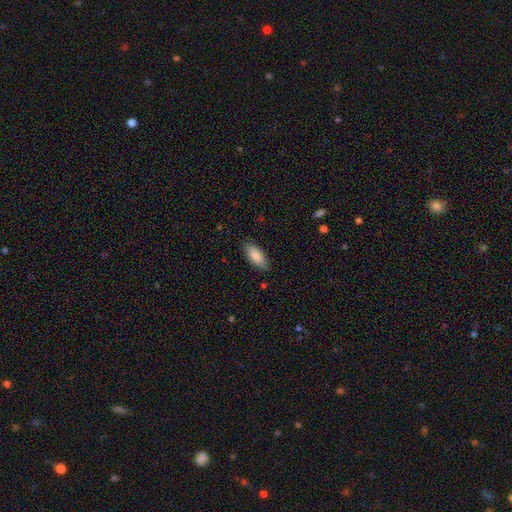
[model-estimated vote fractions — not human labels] Smooth or featured? smooth (85%)
How rounded? in between (83%)
Merging? none (80%)